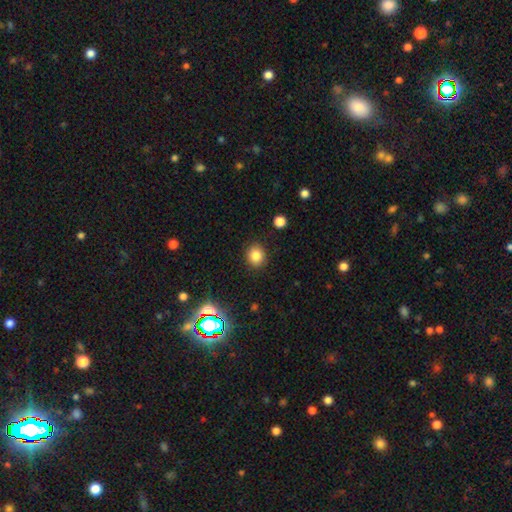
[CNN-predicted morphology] smooth-or-featured: smooth: 83% | star or artifact: 12% | featured or disk: 5%
  how-rounded: round: 76% | in between: 23% | cigar-shaped: 1%
  merging: none: 89% | minor disturbance: 7% | major disturbance: 2% | merger: 1%